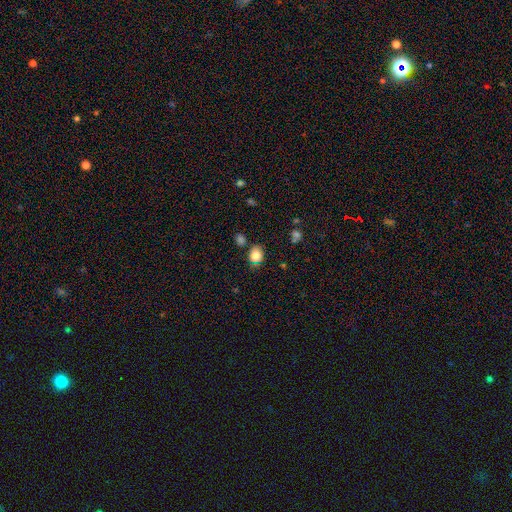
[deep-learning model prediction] smooth-or-featured: smooth: 82% | star or artifact: 10% | featured or disk: 8%
  how-rounded: in between: 54% | round: 45% | cigar-shaped: 1%
  merging: none: 74% | minor disturbance: 16% | merger: 6% | major disturbance: 4%